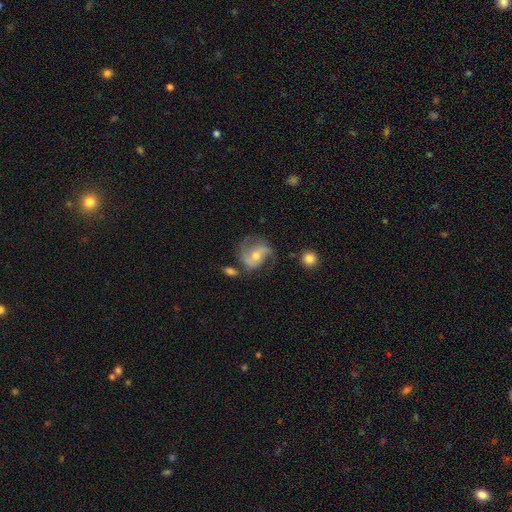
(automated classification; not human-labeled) smooth_or_featured: featured or disk (p=0.77) [alt: smooth p=0.16]
disk_edge_on: no (p=0.97) [alt: yes p=0.03]
bar: no (p=0.45) [alt: weak p=0.38]
has_spiral_arms: yes (p=0.91) [alt: no p=0.09]
spiral_winding: medium (p=0.47) [alt: loose p=0.35]
spiral_arm_count: 2 (p=0.74) [alt: can't tell p=0.09]
bulge_size: moderate (p=0.62) [alt: small p=0.33]
merging: none (p=0.53) [alt: minor disturbance p=0.24]